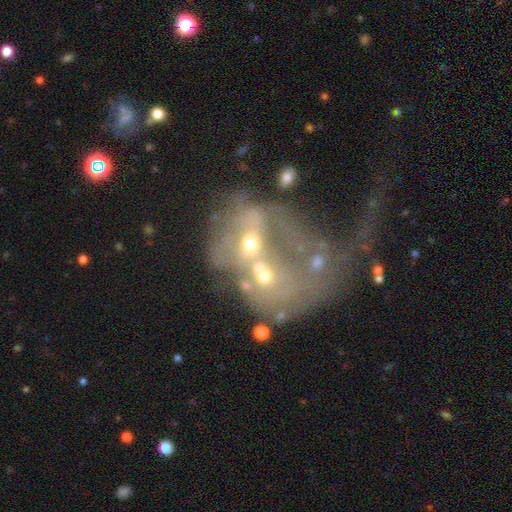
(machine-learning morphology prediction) A featured or disk galaxy (67%) with no bar (71%), no spiral arms (62%) and a moderate central bulge (50%). Merging: merger (64%).